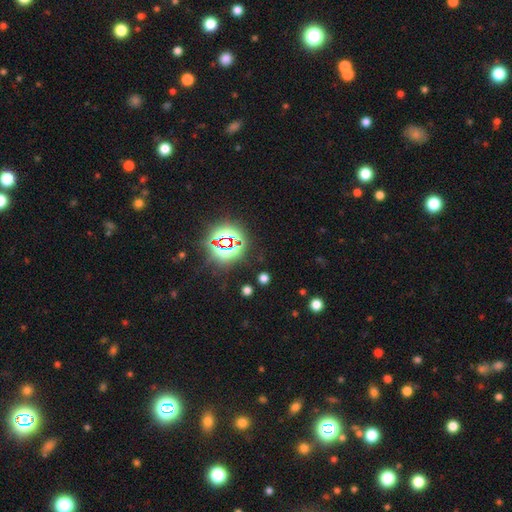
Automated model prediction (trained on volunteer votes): Smooth or featured? Predicted: star or artifact (p=0.78).